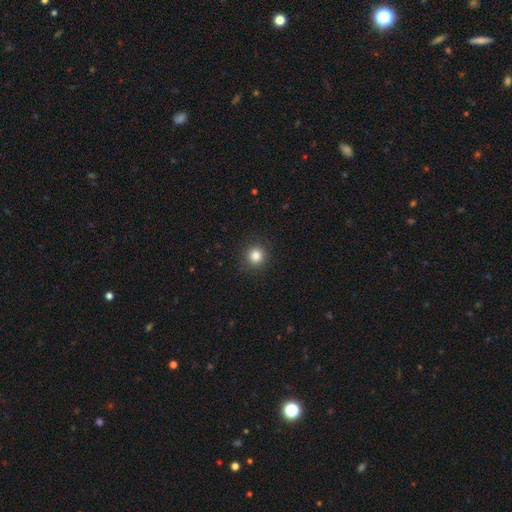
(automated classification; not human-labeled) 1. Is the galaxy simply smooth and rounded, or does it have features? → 83% smooth, 12% star or artifact, 5% featured or disk.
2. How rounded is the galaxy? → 93% round, 6% in between, 1% cigar-shaped.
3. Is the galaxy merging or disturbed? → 91% none, 6% minor disturbance, 2% major disturbance, 1% merger.